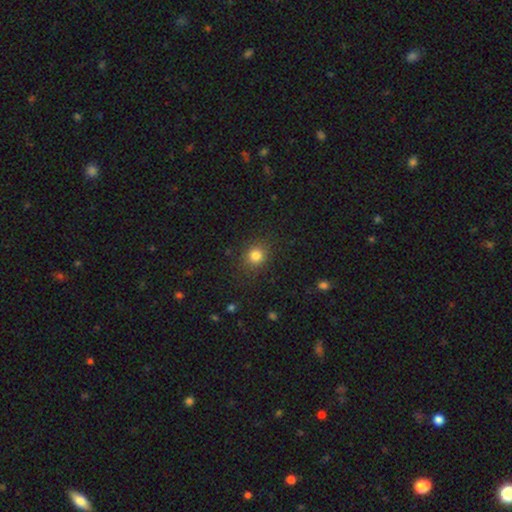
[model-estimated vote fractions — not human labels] Morphology: type=smooth (82%); roundness=round (82%); merging=none (87%).